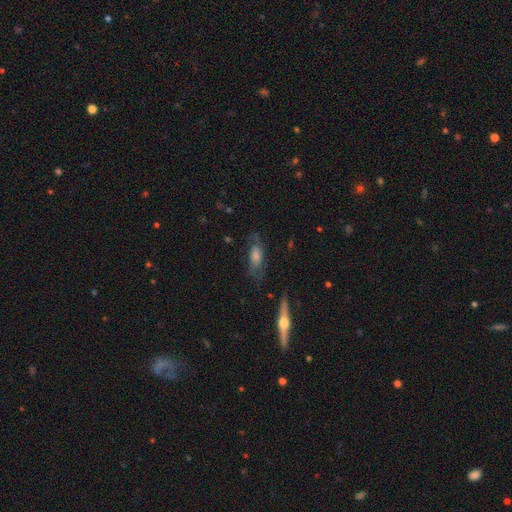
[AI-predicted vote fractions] featured or disk 60%, smooth 29%, star or artifact 11%. Down the decision tree: edge-on disk — no (55%); merging — none (66%).